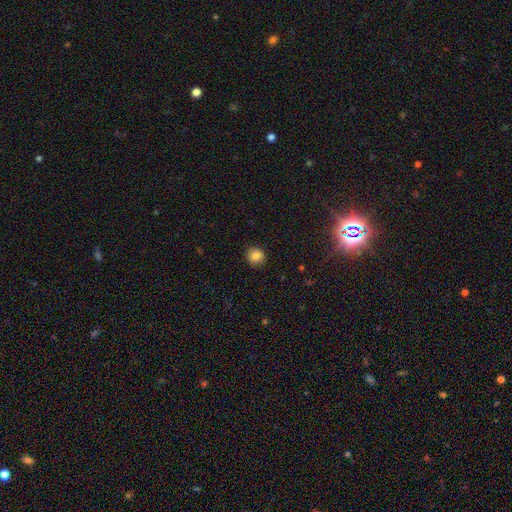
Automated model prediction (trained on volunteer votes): Smooth or featured? Predicted: smooth (p=0.84). How rounded? Predicted: round (p=0.88). Merging? Predicted: none (p=0.90).